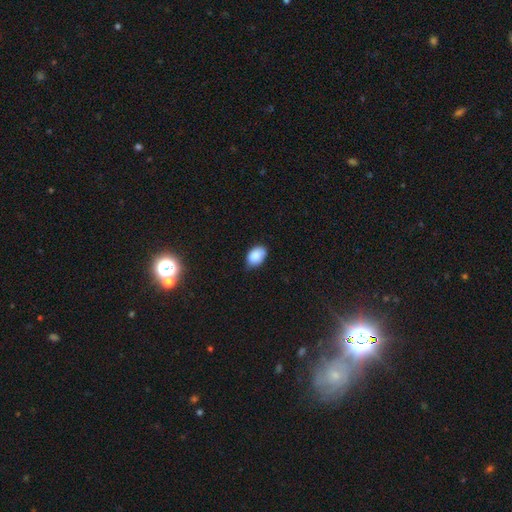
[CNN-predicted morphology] smooth_or_featured: smooth (p=0.89) [alt: star or artifact p=0.07]
how_rounded: in between (p=0.88) [alt: round p=0.11]
merging: none (p=0.72) [alt: minor disturbance p=0.24]